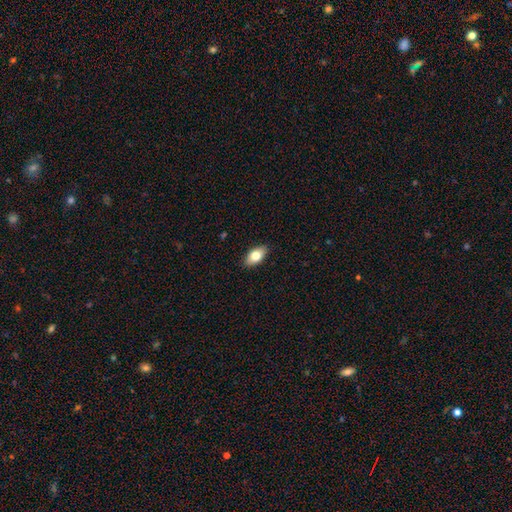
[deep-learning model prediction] This is likely a smooth galaxy (75%). How rounded: clearly in between (89%). Merging: clearly none (88%).